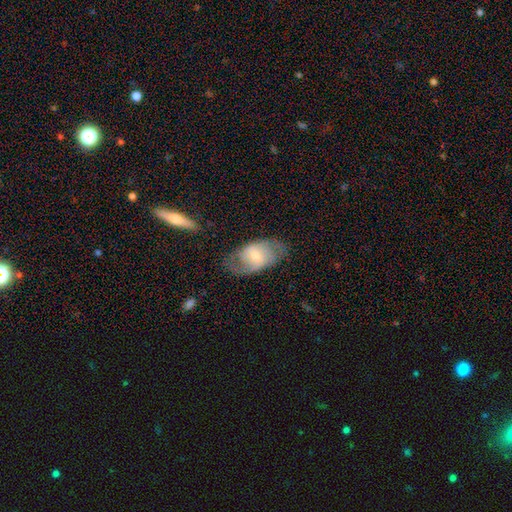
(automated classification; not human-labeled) Smooth or featured? Predicted: featured or disk (p=0.63). Edge-on disk? Predicted: no (p=0.94). Bar? Predicted: weak (p=0.52). Spiral arms? Predicted: yes (p=0.83). Bulge size? Predicted: small (p=0.48). Merging? Predicted: none (p=0.72).